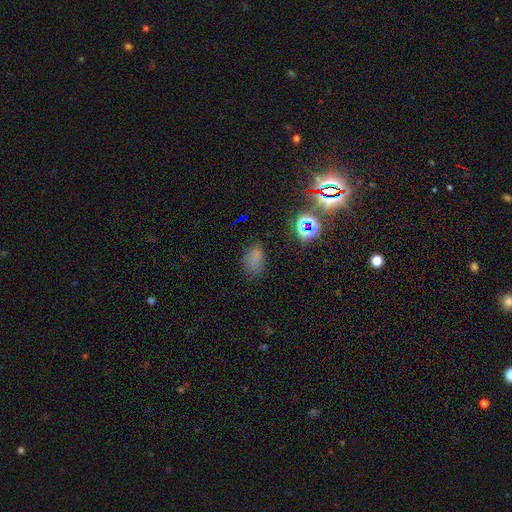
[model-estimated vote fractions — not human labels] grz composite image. It shows a smooth galaxy with no disk features (65%) that is in between round and cigar-shaped (84%). Merging: none (73%).